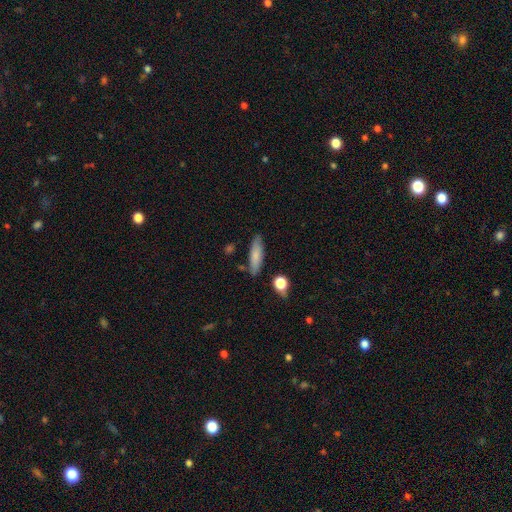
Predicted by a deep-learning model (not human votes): Overall: smooth (77%). How rounded: cigar-shaped (61%; in between 37%). Merging: none (80%).